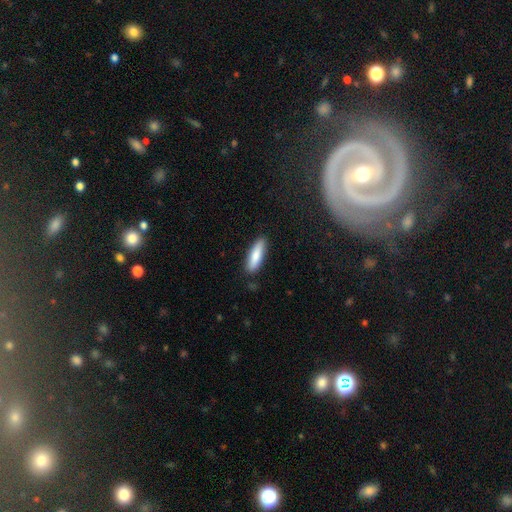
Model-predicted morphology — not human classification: This appears to be a smooth galaxy with no disk features (81%) that is cigar-shaped (63%). Merging: none (87%).